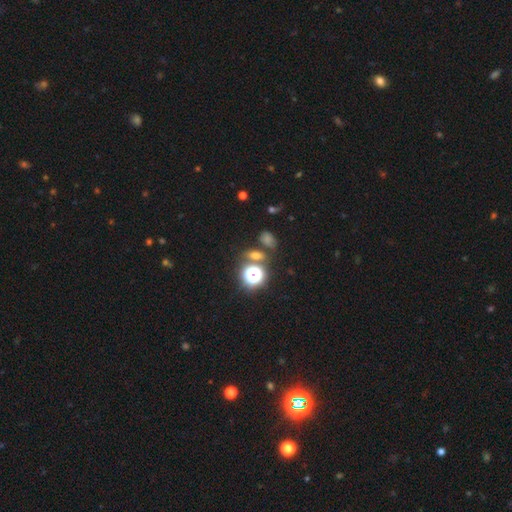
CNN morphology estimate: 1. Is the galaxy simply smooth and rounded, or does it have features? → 54% smooth, 37% star or artifact, 9% featured or disk.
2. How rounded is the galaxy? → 52% in between, 45% round, 3% cigar-shaped.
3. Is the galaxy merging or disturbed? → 65% none, 18% merger, 12% minor disturbance, 5% major disturbance.